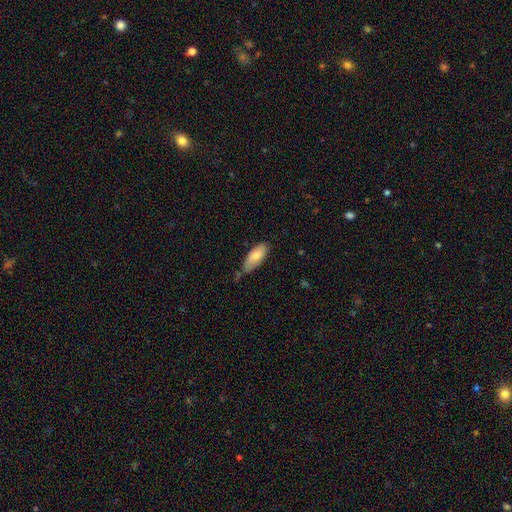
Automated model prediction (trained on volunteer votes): smooth_or_featured: smooth (p=0.76) [alt: featured or disk p=0.18]
how_rounded: in between (p=0.82) [alt: cigar-shaped p=0.16]
merging: none (p=0.62) [alt: minor disturbance p=0.29]